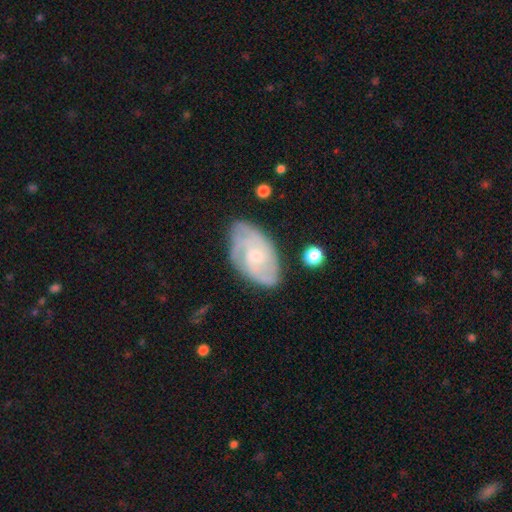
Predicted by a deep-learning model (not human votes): smooth-or-featured: featured or disk: 75% | smooth: 19% | star or artifact: 6%
  disk-edge-on: no: 96% | yes: 4%
    bar: no: 69% | weak: 27% | strong: 4%
    has-spiral-arms: yes: 92% | no: 8%
      spiral-winding: tight: 57% | medium: 33% | loose: 9%
      spiral-arm-count: can't tell: 35% | 2: 24% | 3: 24% | 4: 8% | 1: 4% | more than 4: 4%
    bulge-size: small: 60% | moderate: 33% | none: 4% | large: 2% | dominant: 1%
  merging: none: 71% | minor disturbance: 21% | major disturbance: 6% | merger: 2%